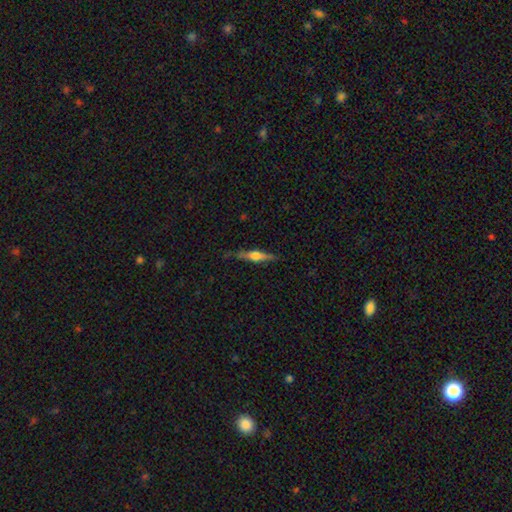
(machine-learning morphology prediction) This appears to be a featured or disk galaxy (66%) viewed edge-on (97%) with a rounded central bulge (87%). Merging: none (79%).